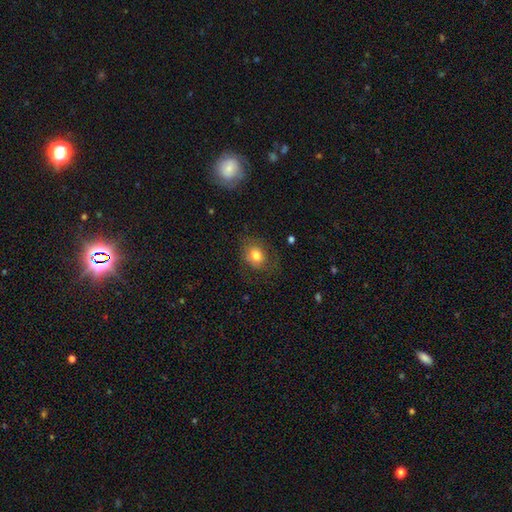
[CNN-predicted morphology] This appears to be a smooth galaxy with no disk features (75%) that is round (59%). Merging: none (66%).